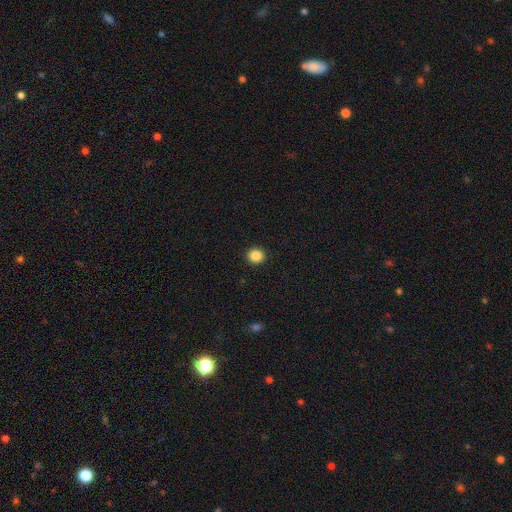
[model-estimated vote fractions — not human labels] Smooth or featured?
  - smooth: 87% *
  - star or artifact: 10%
  - featured or disk: 3%
How rounded?
  - round: 88% *
  - in between: 11%
  - cigar-shaped: 1%
Merging?
  - none: 93% *
  - minor disturbance: 5%
  - major disturbance: 2%
  - merger: 1%